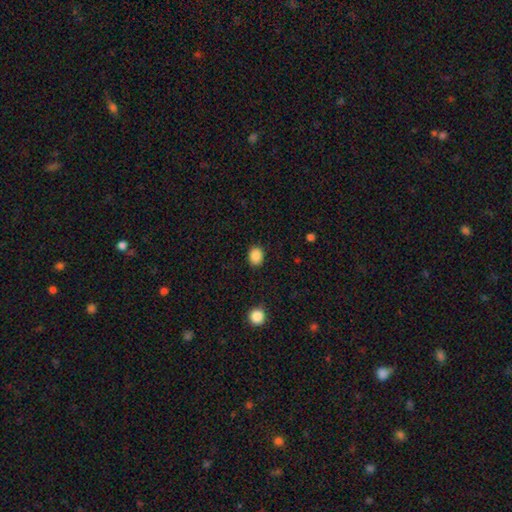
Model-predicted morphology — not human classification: Smooth or featured? smooth (88%)
How rounded? in between (53%)
Merging? none (88%)